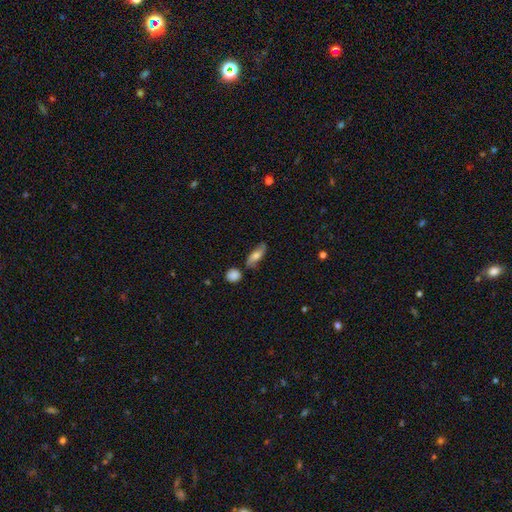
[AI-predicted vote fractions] A smooth galaxy with no disk features (48%).

Vote fractions:
- Smooth or featured? smooth: 48% / featured or disk: 44% / star or artifact: 8%
- Merging? none: 70% / minor disturbance: 19% / major disturbance: 6% / merger: 5%